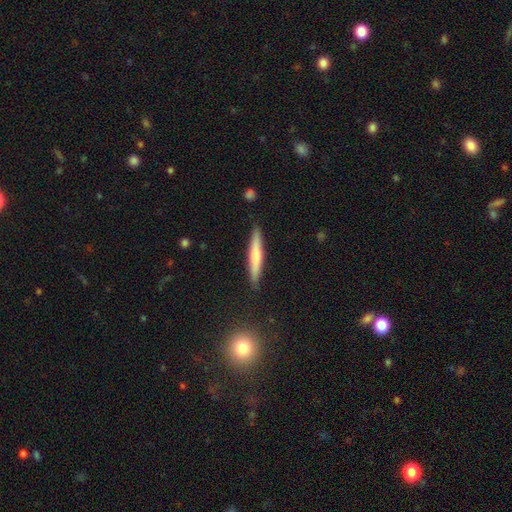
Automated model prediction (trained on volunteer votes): A smooth galaxy with no disk features (62%) that is cigar-shaped (93%). Merging: none (89%).